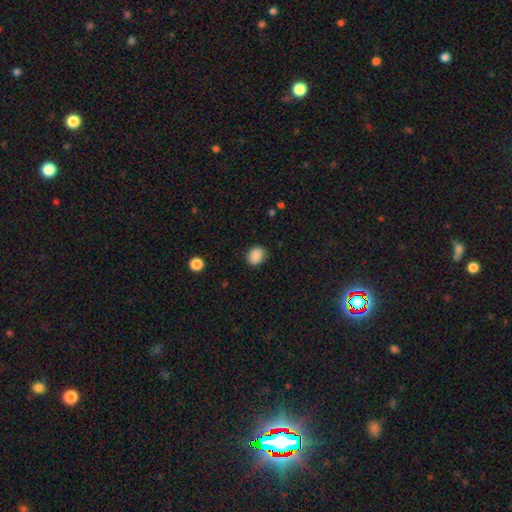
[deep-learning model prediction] A smooth galaxy with no disk features (88%) that is round (60%).

Vote fractions:
- Smooth or featured? smooth: 88% / star or artifact: 9% / featured or disk: 4%
- How rounded? round: 60% / in between: 39% / cigar-shaped: 1%
- Merging? none: 84% / minor disturbance: 12% / major disturbance: 3% / merger: 1%